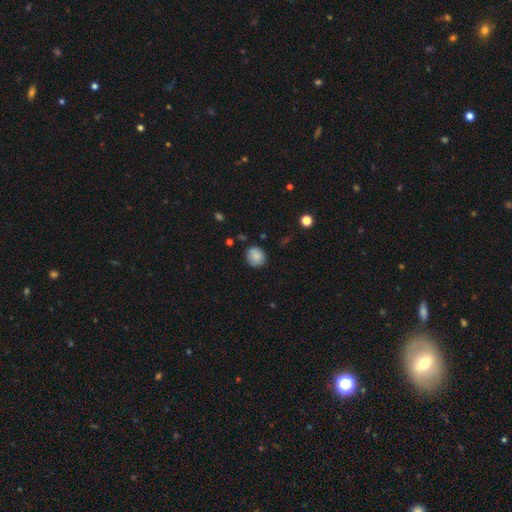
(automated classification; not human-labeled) smooth 81%, featured or disk 10%, star or artifact 8%. Down the decision tree: how rounded — round (77%); merging — none (75%).